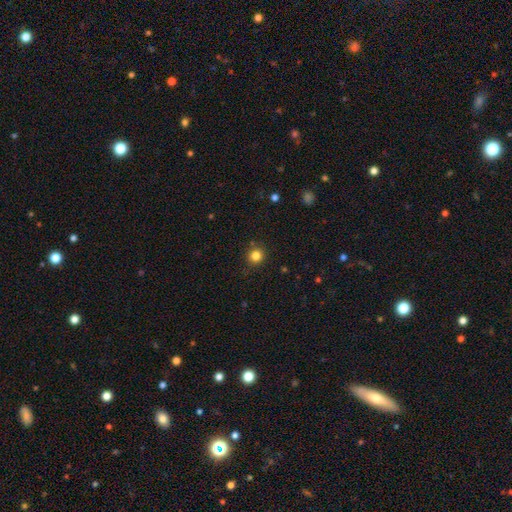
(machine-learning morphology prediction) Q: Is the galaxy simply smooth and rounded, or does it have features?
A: smooth — 83%.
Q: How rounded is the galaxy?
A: round — 91%.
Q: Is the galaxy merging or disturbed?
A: none — 88%.